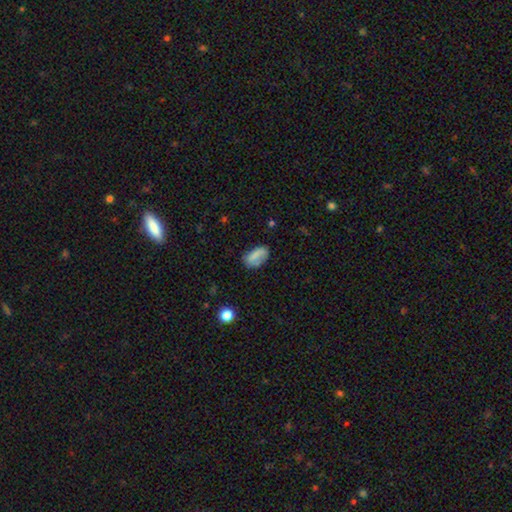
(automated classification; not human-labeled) This is likely a smooth galaxy (79%). How rounded: clearly in between (91%). Merging: likely none (65%).